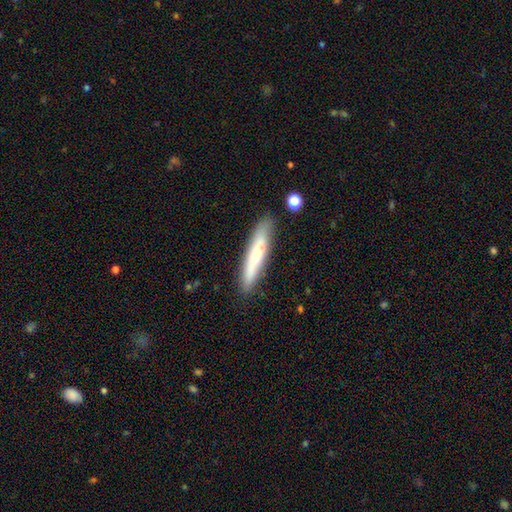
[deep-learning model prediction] Smooth or featured? smooth (64%)
How rounded? cigar-shaped (89%)
Merging? none (82%)